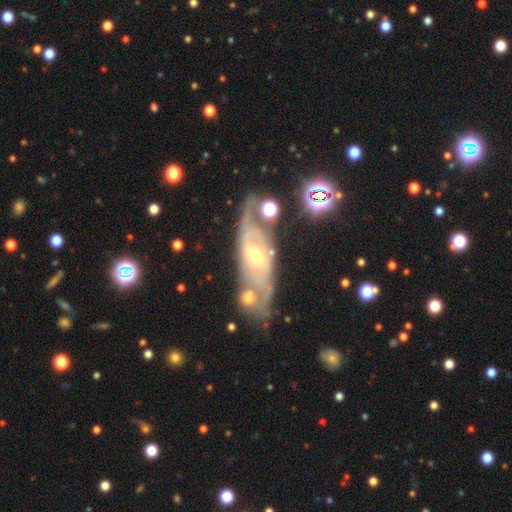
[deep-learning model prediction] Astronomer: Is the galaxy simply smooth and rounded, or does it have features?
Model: featured or disk — 83%.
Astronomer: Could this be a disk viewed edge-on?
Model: no — 87%.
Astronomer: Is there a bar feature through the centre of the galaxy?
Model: weak — 44% (runner-up: no, 36%).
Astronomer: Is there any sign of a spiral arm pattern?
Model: yes — 89%.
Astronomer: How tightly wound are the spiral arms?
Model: tight — 44% (runner-up: medium, 42%).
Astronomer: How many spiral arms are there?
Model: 2 — 62%.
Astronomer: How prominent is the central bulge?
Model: small — 49% (runner-up: moderate, 45%).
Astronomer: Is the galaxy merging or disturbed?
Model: none — 65%.